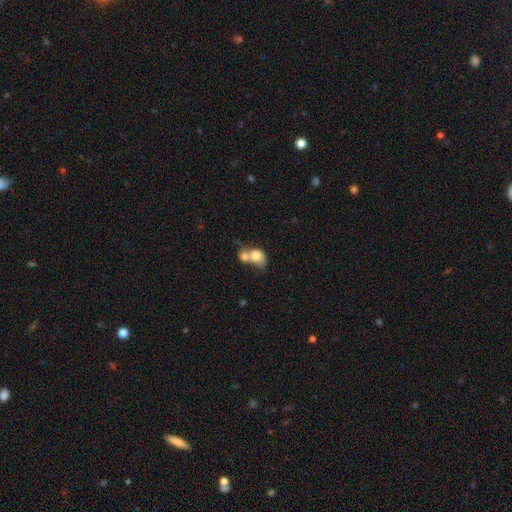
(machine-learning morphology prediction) This appears to be a smooth galaxy with no disk features (72%) that is in between round and cigar-shaped (50%). Merging: merger (75%).